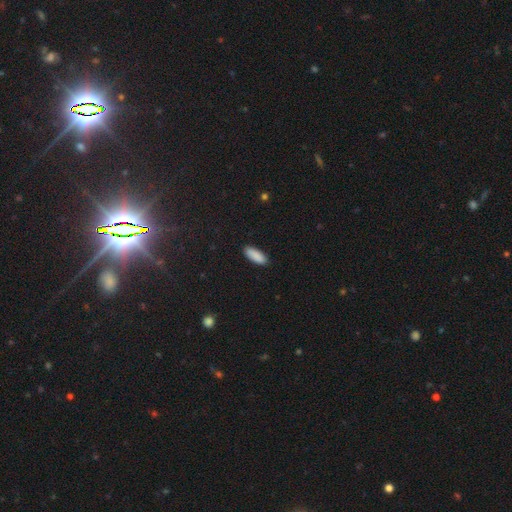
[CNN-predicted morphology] Smooth or featured? Predicted: smooth (p=0.90). How rounded? Predicted: in between (p=0.77). Merging? Predicted: none (p=0.89).